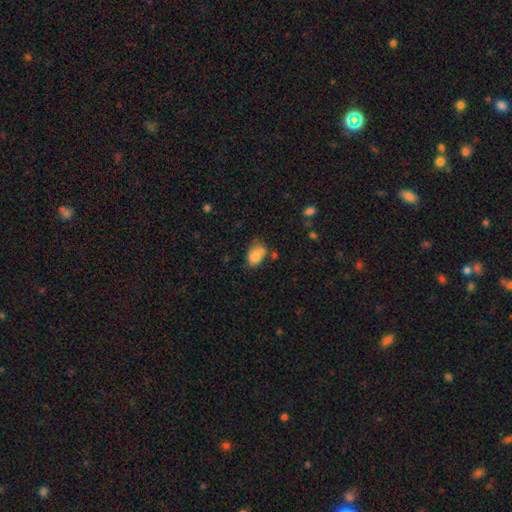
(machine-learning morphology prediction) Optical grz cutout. It shows a smooth galaxy with no disk features (81%) that is in between round and cigar-shaped (79%). Merging: none (52%).